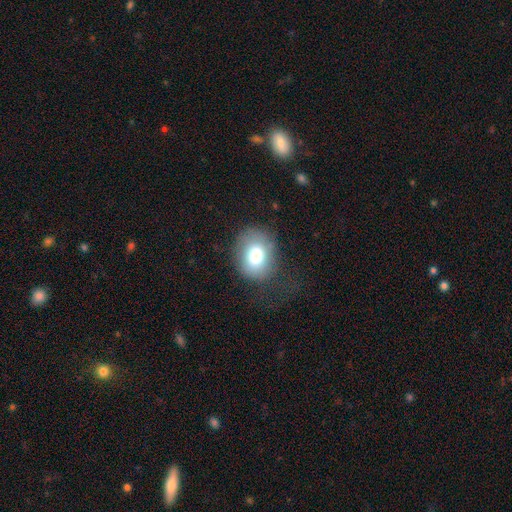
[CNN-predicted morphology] smooth_or_featured: smooth (p=0.76) [alt: featured or disk p=0.14]
how_rounded: round (p=0.52) [alt: in between p=0.47]
merging: none (p=0.62) [alt: minor disturbance p=0.20]